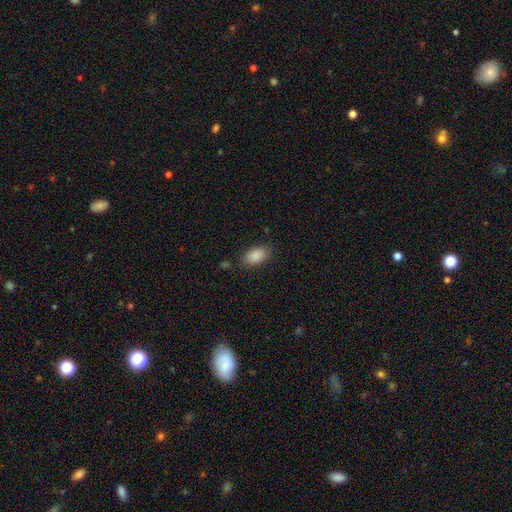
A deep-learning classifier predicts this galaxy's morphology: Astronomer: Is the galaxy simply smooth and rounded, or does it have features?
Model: smooth — 88%.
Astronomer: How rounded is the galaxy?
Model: in between — 92%.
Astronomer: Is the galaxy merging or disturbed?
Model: none — 80%.